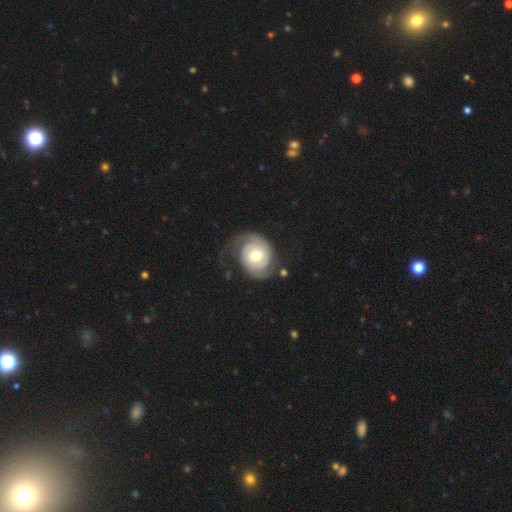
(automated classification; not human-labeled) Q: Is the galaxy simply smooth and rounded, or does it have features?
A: featured or disk — 81%.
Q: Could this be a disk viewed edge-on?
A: no — 97%.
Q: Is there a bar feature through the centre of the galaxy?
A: no — 63%.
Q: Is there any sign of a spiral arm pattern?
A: yes — 94%.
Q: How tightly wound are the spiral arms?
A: tight — 54%.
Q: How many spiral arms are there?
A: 2 — 82%.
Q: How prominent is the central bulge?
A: moderate — 70%.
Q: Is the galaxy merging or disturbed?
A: none — 61%.